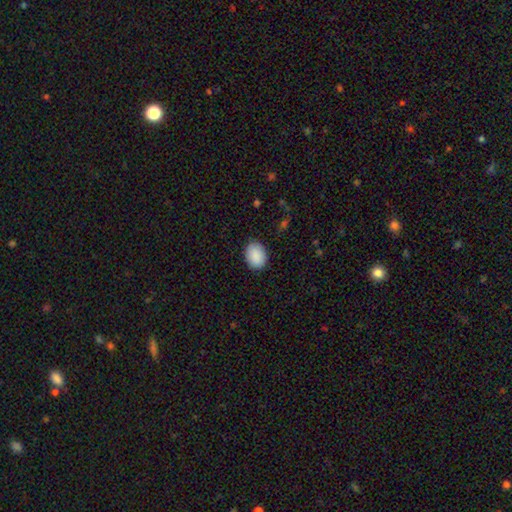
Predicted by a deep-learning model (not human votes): Overall: smooth (91%). How rounded: in between (72%). Merging: none (87%).